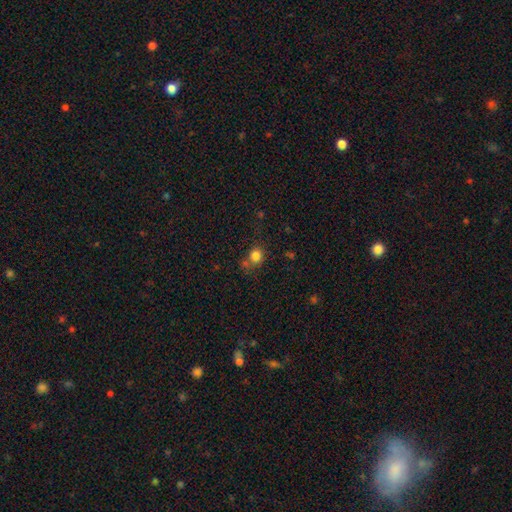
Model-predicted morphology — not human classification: Smooth or featured: smooth — 81% (star or artifact — 12%)
How rounded: round — 80% (in between — 19%)
Merging: none — 61% (minor disturbance — 16%)